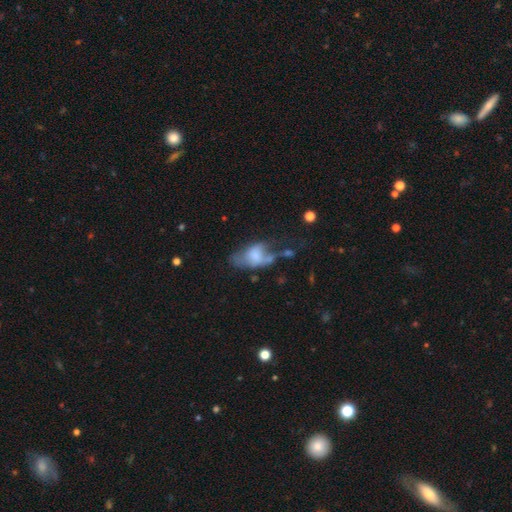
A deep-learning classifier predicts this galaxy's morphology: This appears to be a smooth galaxy with no disk features (55%) that is in between round and cigar-shaped (88%). Merging: major disturbance (40%).